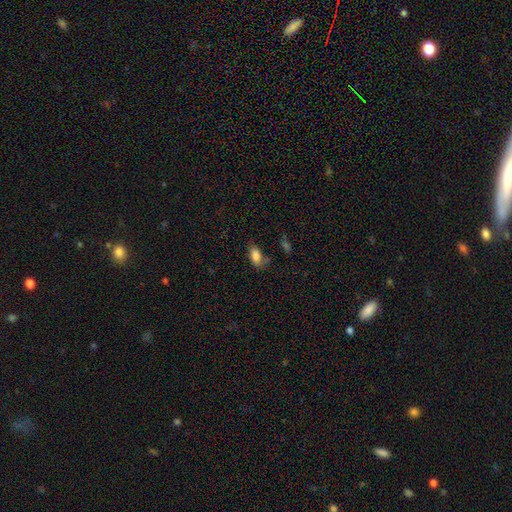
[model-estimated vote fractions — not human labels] Smooth or featured: smooth — 84% (star or artifact — 9%)
How rounded: in between — 91% (round — 5%)
Merging: none — 60% (minor disturbance — 23%)